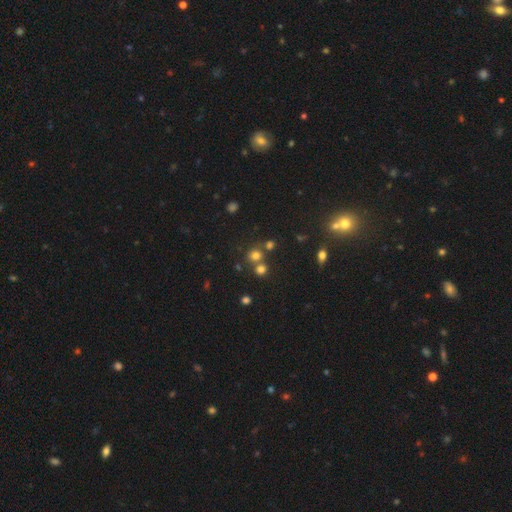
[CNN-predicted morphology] Overall: smooth (68%). How rounded: round (85%). Merging: none (63%; merger 26%).